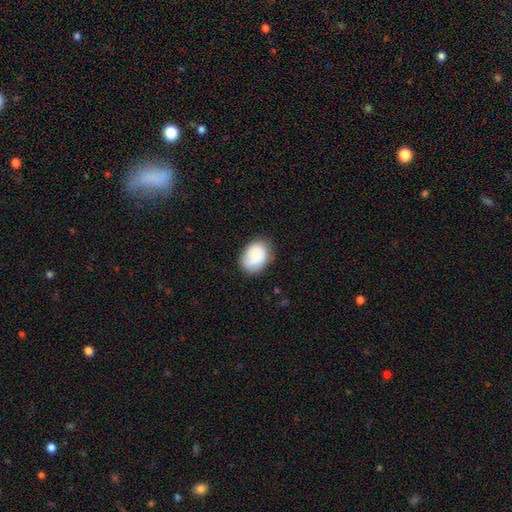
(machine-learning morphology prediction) smooth-or-featured: smooth: 78% | featured or disk: 15% | star or artifact: 7%
  how-rounded: in between: 67% | round: 32% | cigar-shaped: 1%
  merging: none: 76% | minor disturbance: 18% | major disturbance: 4% | merger: 1%